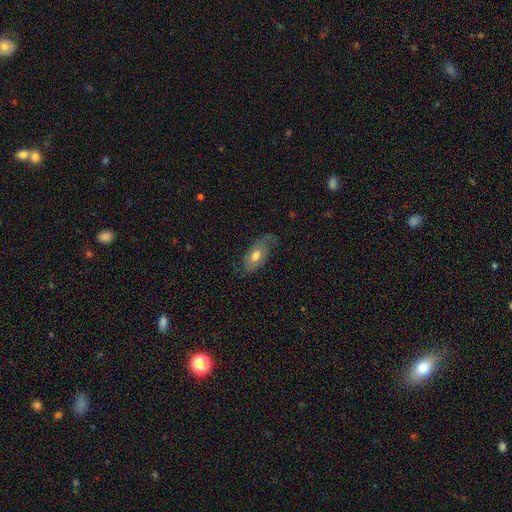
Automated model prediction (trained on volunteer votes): Smooth or featured? smooth (51%)
How rounded? in between (89%)
Merging? none (59%)